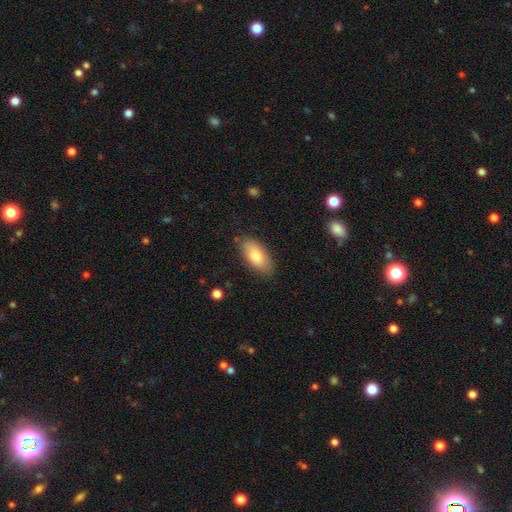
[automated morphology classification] A smooth galaxy with no disk features (82%) that is in between round and cigar-shaped (90%).

Vote fractions:
- Smooth or featured? smooth: 82% / featured or disk: 12% / star or artifact: 6%
- How rounded? in between: 90% / cigar-shaped: 8% / round: 2%
- Merging? none: 82% / minor disturbance: 13% / major disturbance: 3% / merger: 1%